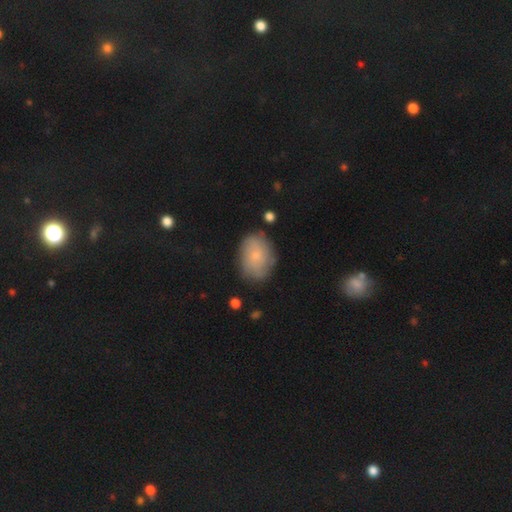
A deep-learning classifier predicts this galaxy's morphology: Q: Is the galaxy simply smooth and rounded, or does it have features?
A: smooth — 63%.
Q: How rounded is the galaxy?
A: in between — 77%.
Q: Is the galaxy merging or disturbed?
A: none — 75%.